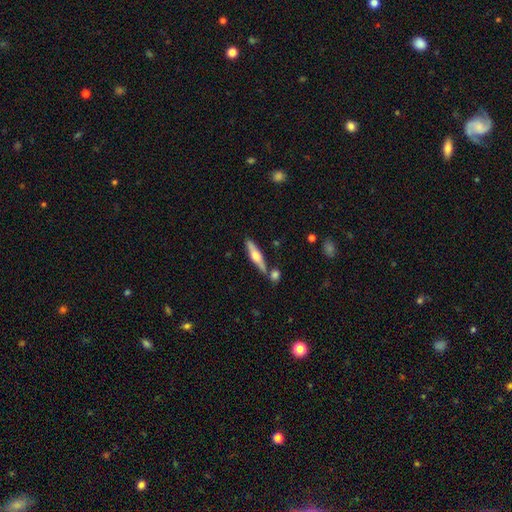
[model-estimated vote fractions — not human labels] This is possibly a featured or disk galaxy (54%). It is clearly viewed edge-on (95%). Edge-on bulge: clearly rounded (91%). Merging: likely none (74%).